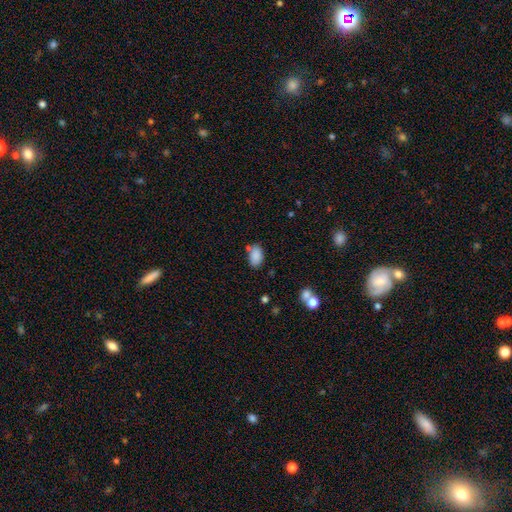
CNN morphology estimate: Q: Smooth or featured?
A: smooth (87%); runner-up: star or artifact (8%)
Q: How rounded?
A: in between (90%); runner-up: round (9%)
Q: Merging?
A: none (66%); runner-up: minor disturbance (19%)